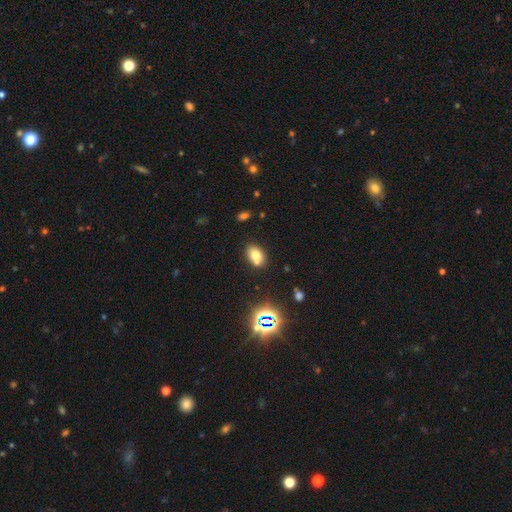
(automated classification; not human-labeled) The model was most divided on "merging": none: 62%, merger: 21%, minor disturbance: 13%, major disturbance: 4%. More confident: how rounded — in between (81%); smooth or featured — smooth (71%).